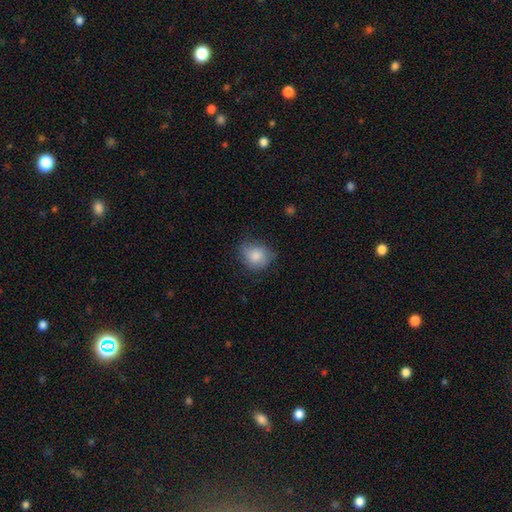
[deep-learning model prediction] This appears to be a smooth galaxy with no disk features (82%) that is round (69%). Merging: none (66%).